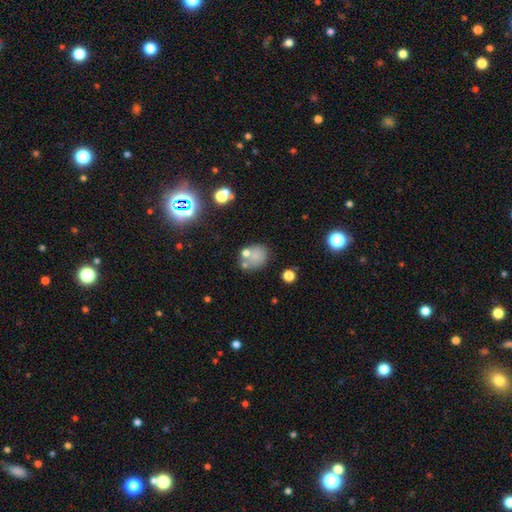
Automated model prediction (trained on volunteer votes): A smooth galaxy with no disk features (62%) that is round (66%). Merging: none (58%).